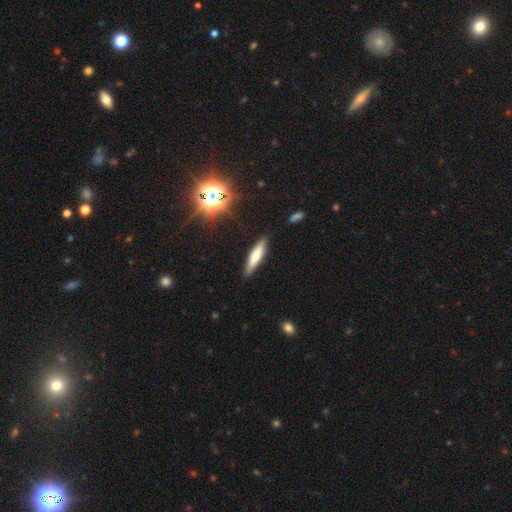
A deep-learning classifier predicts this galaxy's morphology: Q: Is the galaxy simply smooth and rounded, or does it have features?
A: smooth — 57%.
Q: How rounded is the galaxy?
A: cigar-shaped — 79%.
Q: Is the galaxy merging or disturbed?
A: none — 88%.